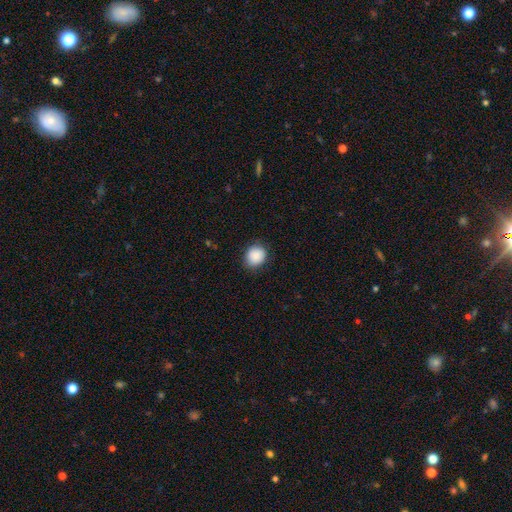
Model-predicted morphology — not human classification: Smooth or featured? smooth (86%)
How rounded? round (73%)
Merging? none (84%)